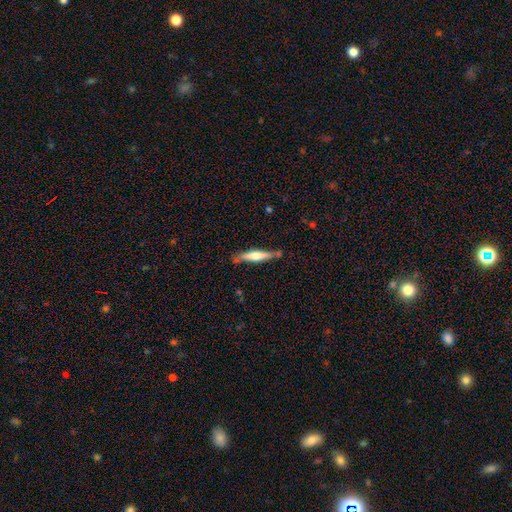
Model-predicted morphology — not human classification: smooth_or_featured: smooth (p=0.48) [alt: featured or disk p=0.47]
merging: none (p=0.75) [alt: minor disturbance p=0.17]